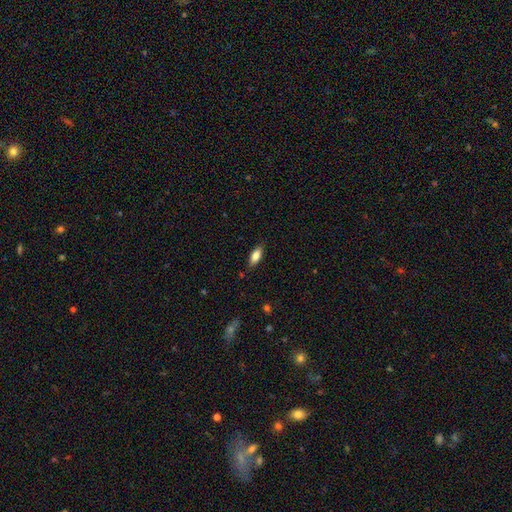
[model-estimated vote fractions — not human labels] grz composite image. It shows a smooth galaxy with no disk features (81%) that is in between round and cigar-shaped (80%). Merging: none (83%).